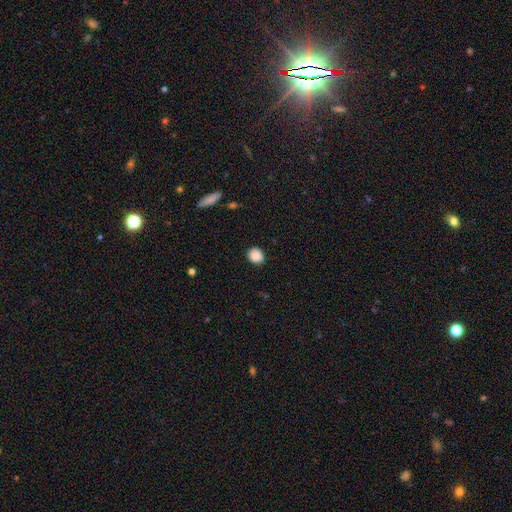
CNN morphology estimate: A smooth galaxy with no disk features (88%) that is round (79%). Merging: none (90%).